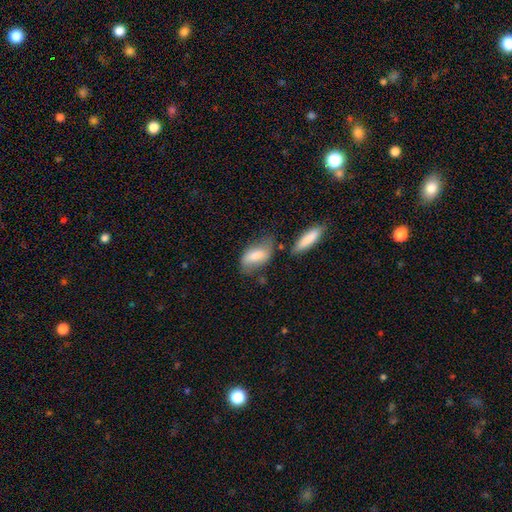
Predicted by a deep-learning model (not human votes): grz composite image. It shows a smooth galaxy with no disk features (76%) that is in between round and cigar-shaped (87%). Merging: none (50%).